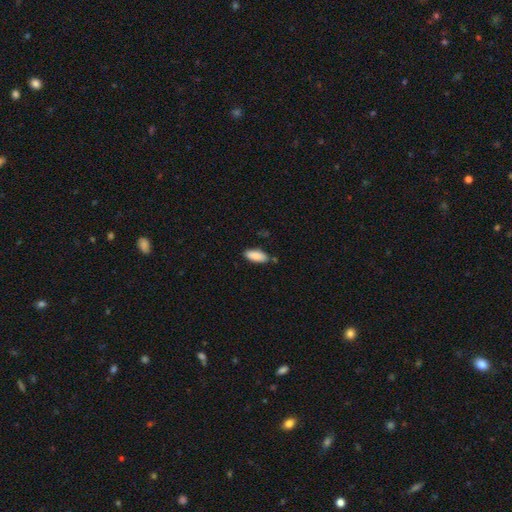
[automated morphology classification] A smooth galaxy with no disk features (88%) that is in between round and cigar-shaped (84%). Merging: none (79%).